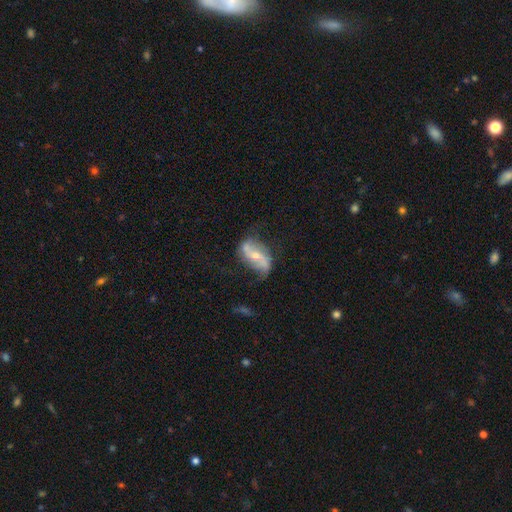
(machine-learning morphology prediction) Smooth or featured? Predicted: featured or disk (p=0.76). Edge-on disk? Predicted: no (p=0.94). Bar? Predicted: no (p=0.35). Spiral arms? Predicted: yes (p=0.88). Spiral winding? Predicted: loose (p=0.71). Spiral arm count? Predicted: 2 (p=0.89). Bulge size? Predicted: moderate (p=0.49). Merging? Predicted: none (p=0.61).